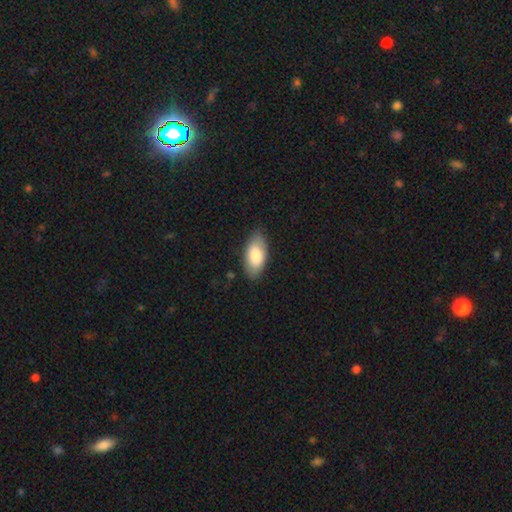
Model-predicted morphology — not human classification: smooth-or-featured: smooth: 83% | featured or disk: 11% | star or artifact: 6%
  how-rounded: in between: 92% | cigar-shaped: 6% | round: 2%
  merging: none: 82% | minor disturbance: 14% | major disturbance: 3% | merger: 1%